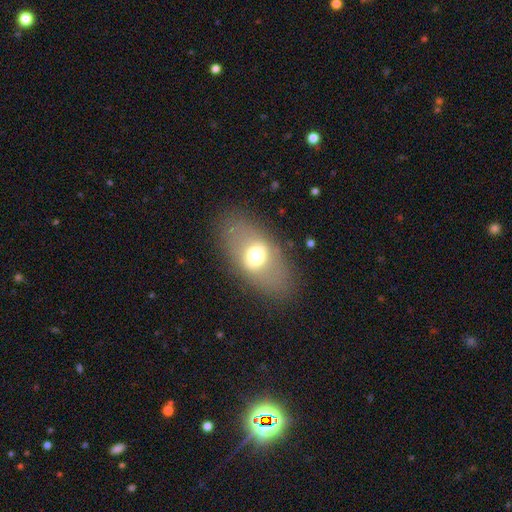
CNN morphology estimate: A smooth galaxy with no disk features (51%) that is in between round and cigar-shaped (84%). Merging: none (79%).